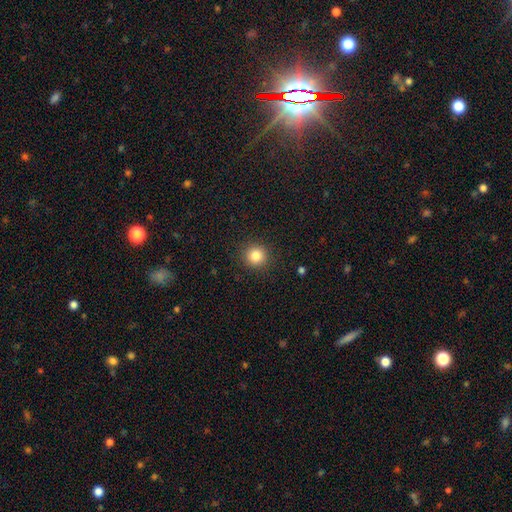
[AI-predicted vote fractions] Smooth or featured: smooth — 83% (star or artifact — 11%)
How rounded: round — 92% (in between — 7%)
Merging: none — 91% (minor disturbance — 6%)